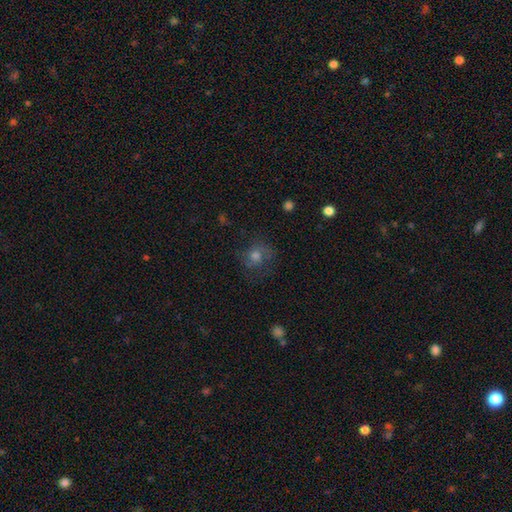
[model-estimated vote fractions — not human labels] Q: Smooth or featured?
A: smooth (51%); runner-up: featured or disk (28%)
Q: How rounded?
A: round (79%); runner-up: in between (20%)
Q: Merging?
A: none (68%); runner-up: minor disturbance (18%)